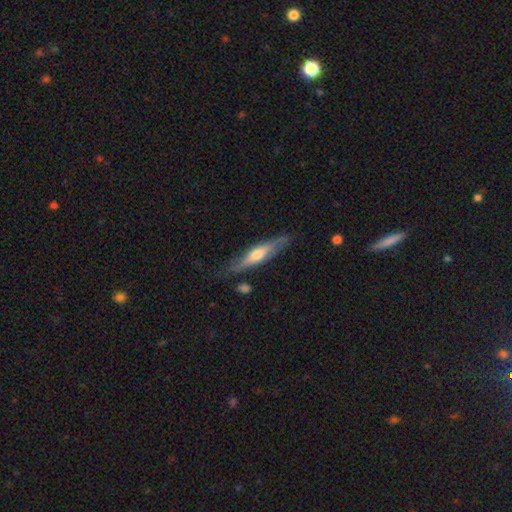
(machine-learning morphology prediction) A featured or disk galaxy (62%) viewed edge-on (85%) with a rounded central bulge (78%). Merging: none (76%).